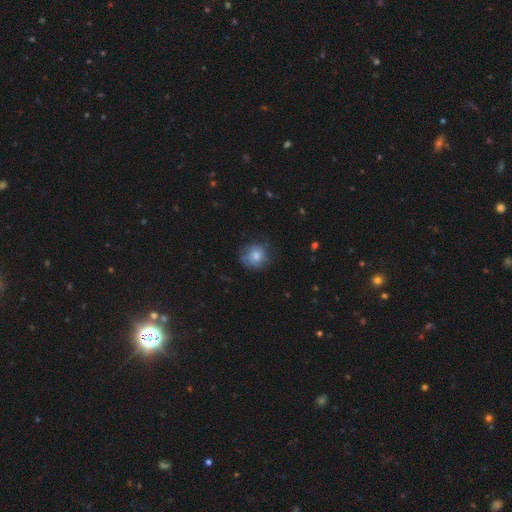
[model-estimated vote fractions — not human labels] A smooth galaxy with no disk features (70%) that is round (87%). Merging: none (68%).